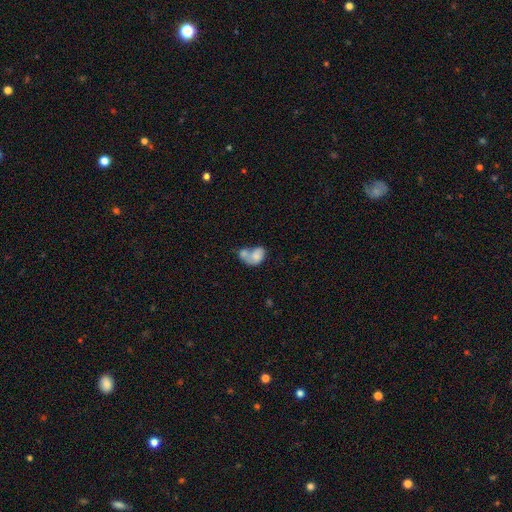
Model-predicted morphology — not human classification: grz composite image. It shows a smooth galaxy with no disk features (69%) that is in between round and cigar-shaped (74%). Merging: merger (69%).